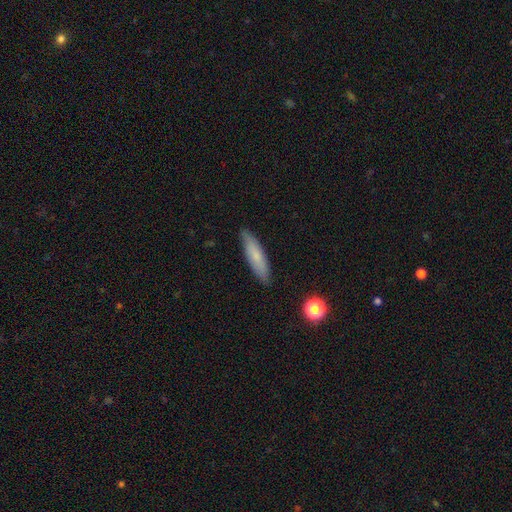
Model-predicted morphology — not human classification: This is likely a smooth galaxy (70%). How rounded: likely cigar-shaped (74%). Merging: clearly none (87%).